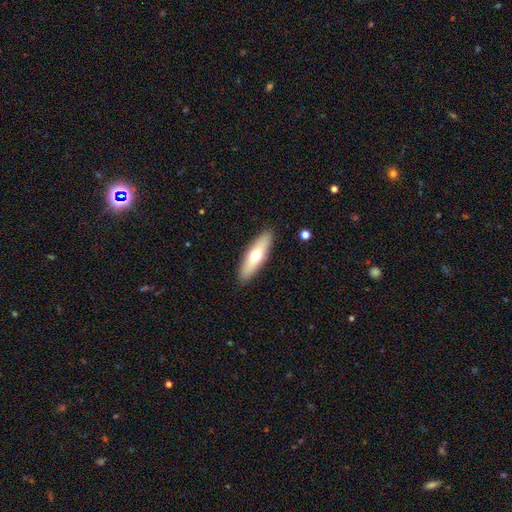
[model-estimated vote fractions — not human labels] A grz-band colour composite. It shows a smooth galaxy with no disk features (59%) that is cigar-shaped (59%). Merging: none (90%).